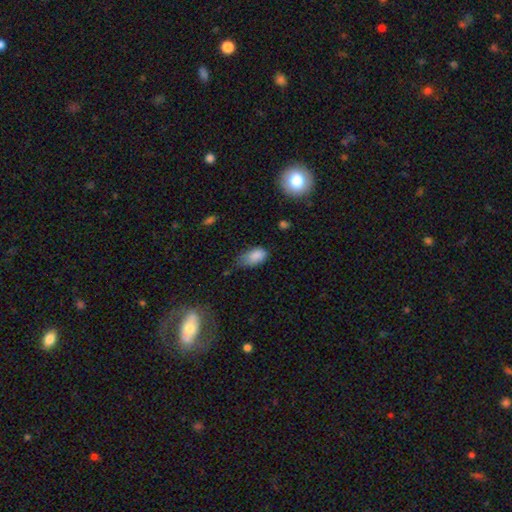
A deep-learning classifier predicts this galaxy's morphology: Smooth or featured?
  - smooth: 84% *
  - star or artifact: 9%
  - featured or disk: 7%
How rounded?
  - in between: 91% *
  - round: 6%
  - cigar-shaped: 2%
Merging?
  - minor disturbance: 47% *
  - none: 36%
  - major disturbance: 15%
  - merger: 3%